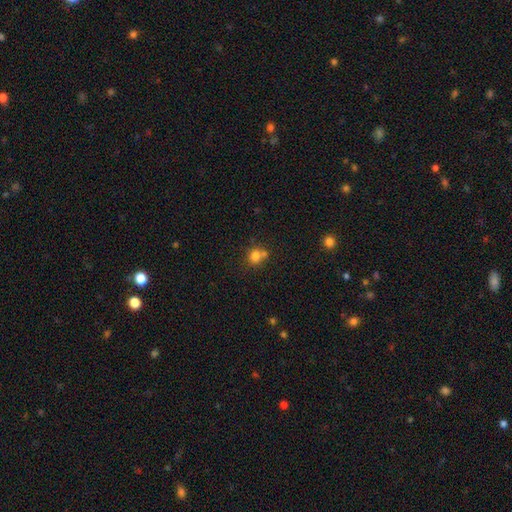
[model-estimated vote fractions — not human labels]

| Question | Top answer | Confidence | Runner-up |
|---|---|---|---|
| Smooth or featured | smooth | 78% | star or artifact (13%) |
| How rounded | round | 80% | in between (19%) |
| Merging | none | 54% | merger (31%) |